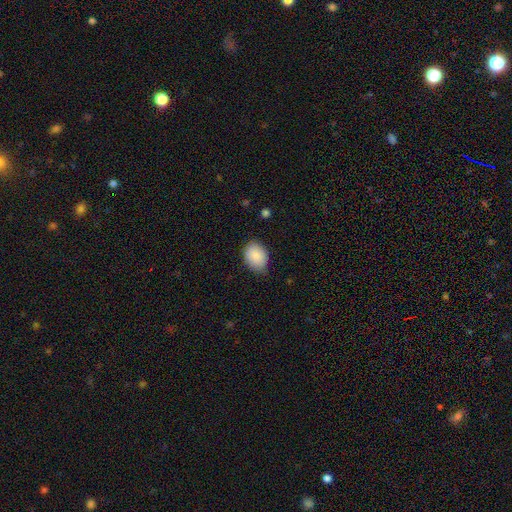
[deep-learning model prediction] Overall: smooth (88%). How rounded: in between (70%). Merging: none (72%).